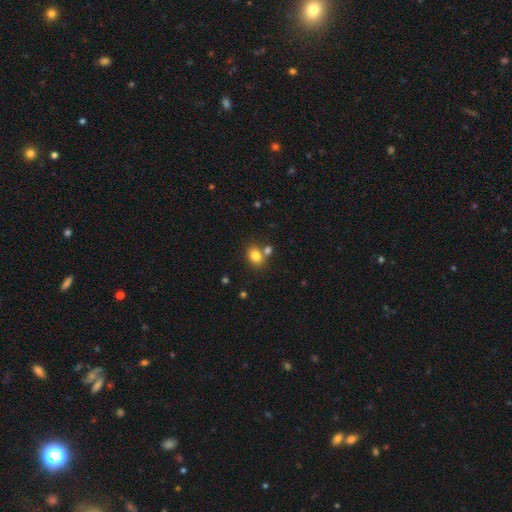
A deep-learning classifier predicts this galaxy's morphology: Smooth or featured: smooth — 81% (star or artifact — 11%)
How rounded: in between — 60% (round — 39%)
Merging: none — 63% (merger — 22%)